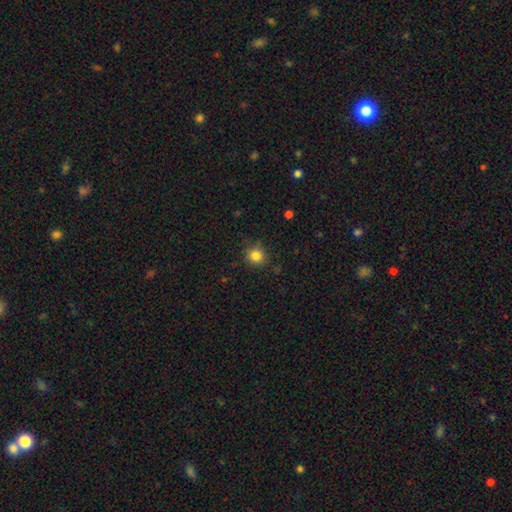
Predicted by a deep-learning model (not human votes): This appears to be a smooth galaxy with no disk features (83%) that is round (87%). Merging: none (84%).